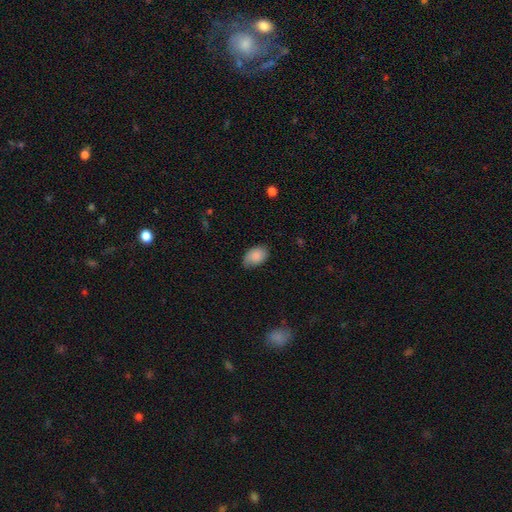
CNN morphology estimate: Q: Smooth or featured?
A: smooth (87%); runner-up: star or artifact (7%)
Q: How rounded?
A: in between (89%); runner-up: round (10%)
Q: Merging?
A: none (77%); runner-up: minor disturbance (19%)